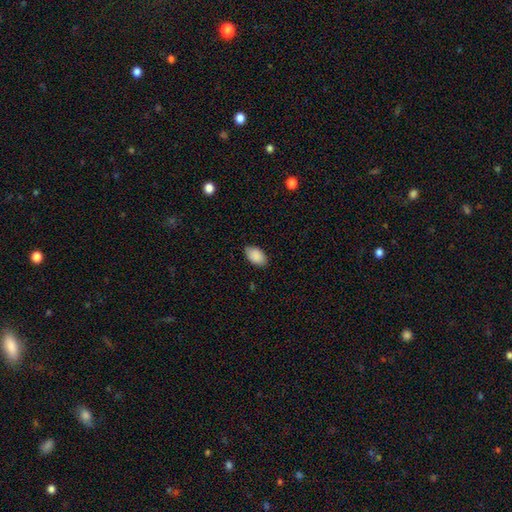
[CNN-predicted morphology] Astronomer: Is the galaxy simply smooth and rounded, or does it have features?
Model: smooth — 90%.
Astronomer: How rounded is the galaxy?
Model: in between — 93%.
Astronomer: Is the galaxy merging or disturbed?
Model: none — 85%.